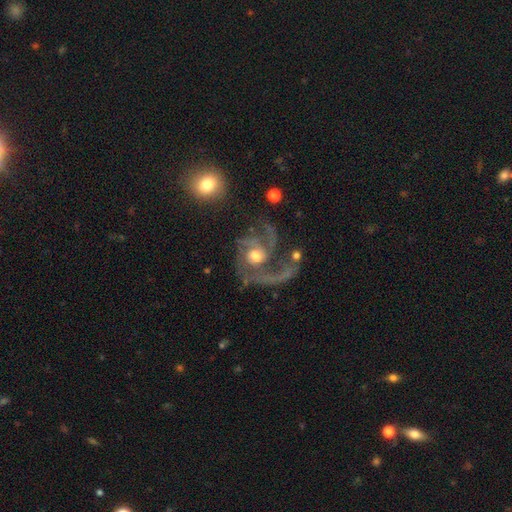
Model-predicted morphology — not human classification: type=featured or disk (86%); edge-on=no (98%); bar=no (69%); spiral arms=yes (94%); winding=medium (45%); arm count=2 (38%); bulge=moderate (63%); merging=major disturbance (41%).